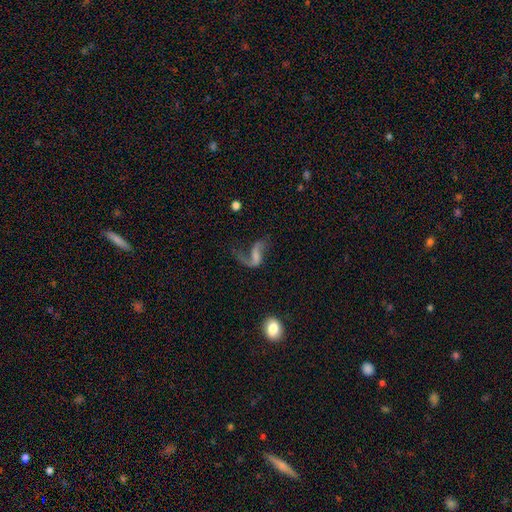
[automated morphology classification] smooth-or-featured: featured or disk: 77% | smooth: 13% | star or artifact: 10%
  disk-edge-on: no: 96% | yes: 4%
    bar: weak: 39% | no: 37% | strong: 25%
    has-spiral-arms: yes: 90% | no: 10%
      spiral-winding: loose: 86% | medium: 11% | tight: 3%
      spiral-arm-count: 2: 70% | 1: 26% | can't tell: 2% | 3: 1% | 4: 1% | more than 4: 1%
    bulge-size: none: 48% | small: 33% | moderate: 14% | large: 3% | dominant: 2%
  merging: none: 42% | major disturbance: 35% | minor disturbance: 17% | merger: 5%